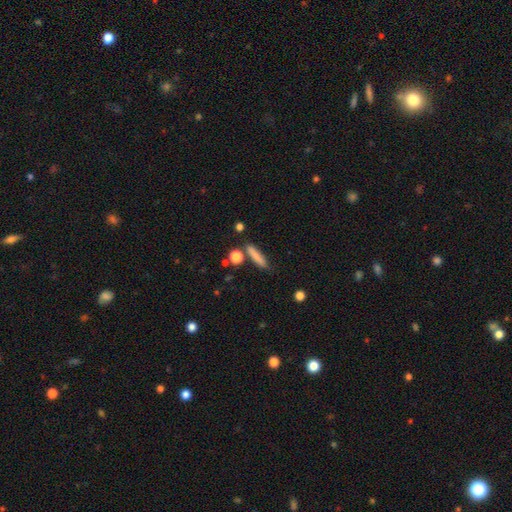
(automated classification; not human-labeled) Smooth or featured? Predicted: smooth (p=0.80). How rounded? Predicted: cigar-shaped (p=0.79). Merging? Predicted: none (p=0.75).